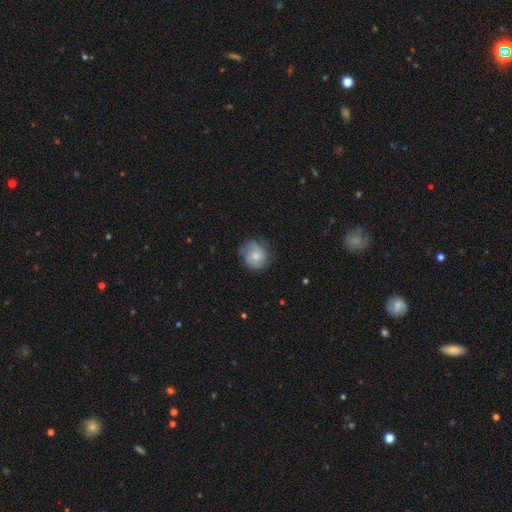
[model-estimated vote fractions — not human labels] A smooth galaxy with no disk features (56%) that is round (79%). Merging: none (69%).